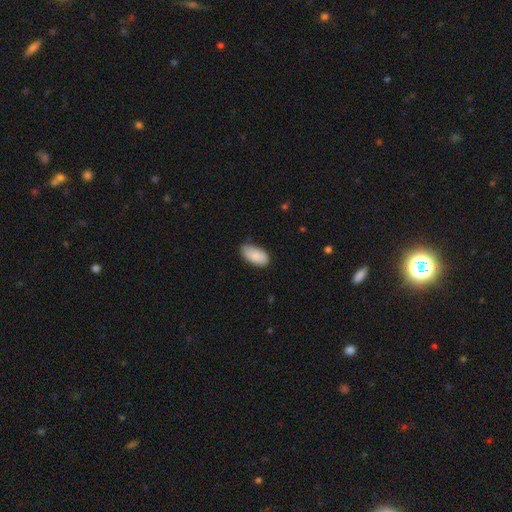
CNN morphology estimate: A smooth galaxy with no disk features (88%) that is in between round and cigar-shaped (94%). Merging: none (72%).